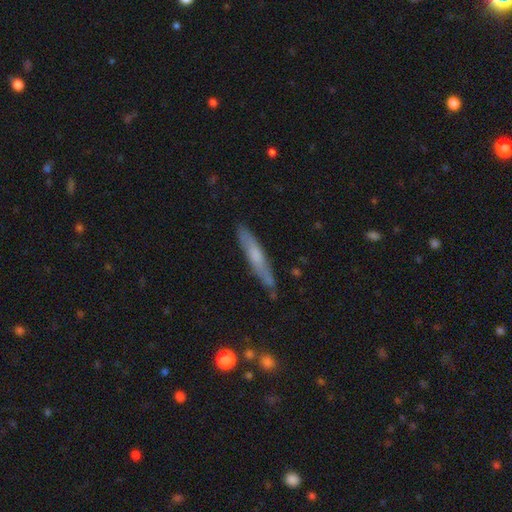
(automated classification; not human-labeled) smooth-or-featured: smooth: 52% | featured or disk: 42% | star or artifact: 7%
  how-rounded: cigar-shaped: 92% | in between: 7% | round: 2%
  merging: none: 81% | minor disturbance: 14% | major disturbance: 3% | merger: 2%